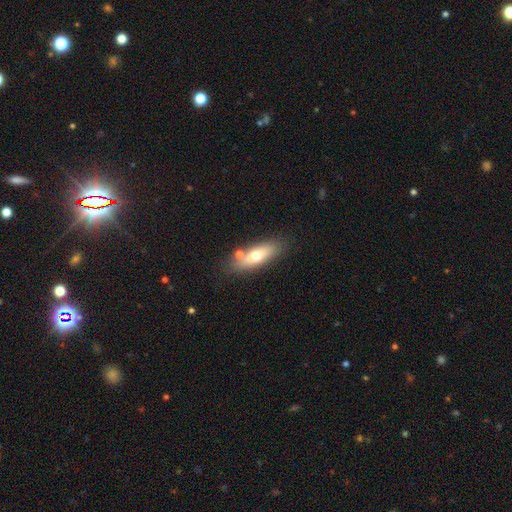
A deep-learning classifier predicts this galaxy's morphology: This is possibly a smooth galaxy (59%). How rounded: possibly in between (59%). Merging: likely none (74%).